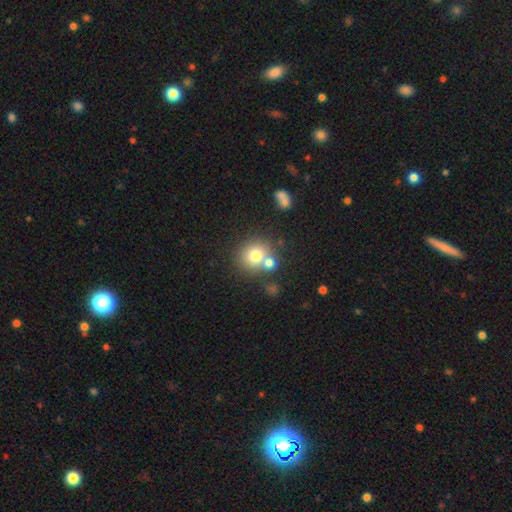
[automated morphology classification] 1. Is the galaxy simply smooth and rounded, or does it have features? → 74% smooth, 14% featured or disk, 12% star or artifact.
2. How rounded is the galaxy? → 85% round, 14% in between, 1% cigar-shaped.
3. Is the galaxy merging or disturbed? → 57% none, 30% merger, 9% minor disturbance, 4% major disturbance.